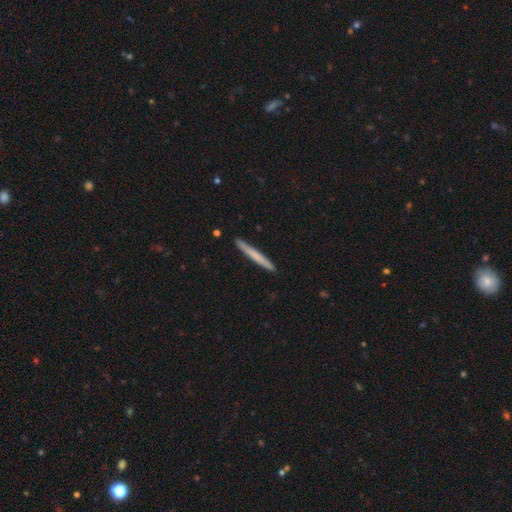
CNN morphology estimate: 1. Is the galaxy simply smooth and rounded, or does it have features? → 64% smooth, 31% featured or disk, 5% star or artifact.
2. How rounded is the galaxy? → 97% cigar-shaped, 2% in between, 1% round.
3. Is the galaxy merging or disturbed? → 92% none, 6% minor disturbance, 1% major disturbance, 1% merger.